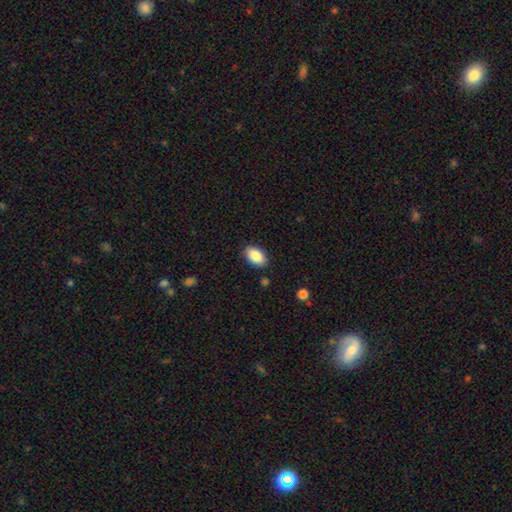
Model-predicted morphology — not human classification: Q: Smooth or featured?
A: smooth (87%); runner-up: star or artifact (7%)
Q: How rounded?
A: in between (93%); runner-up: round (6%)
Q: Merging?
A: none (87%); runner-up: minor disturbance (9%)